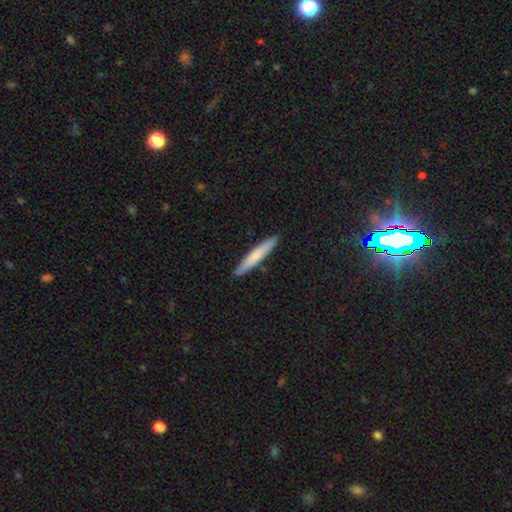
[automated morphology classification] smooth-or-featured: smooth: 72% | featured or disk: 23% | star or artifact: 5%
  how-rounded: cigar-shaped: 95% | in between: 4% | round: 1%
  merging: none: 90% | minor disturbance: 7% | merger: 2% | major disturbance: 1%